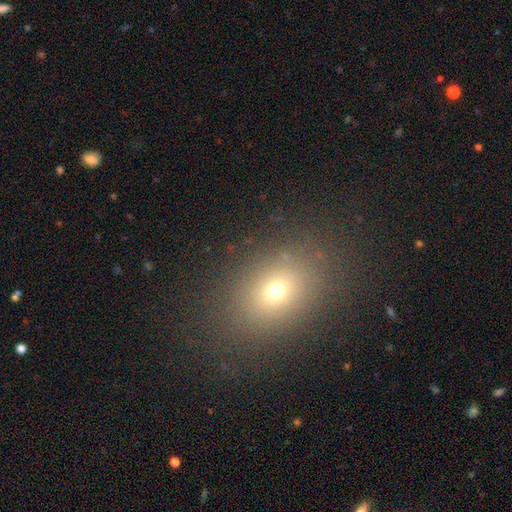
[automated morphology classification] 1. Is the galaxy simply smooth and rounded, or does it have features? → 66% smooth, 21% star or artifact, 13% featured or disk.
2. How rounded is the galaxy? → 65% in between, 34% round, 2% cigar-shaped.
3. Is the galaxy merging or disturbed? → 85% none, 9% minor disturbance, 5% major disturbance, 1% merger.